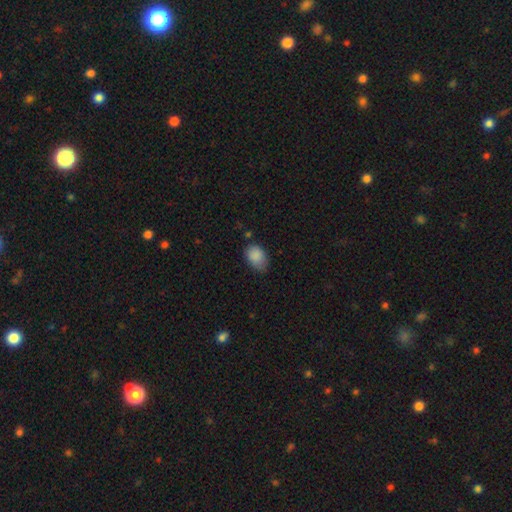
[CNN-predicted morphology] Smooth or featured? smooth (87%)
How rounded? in between (78%)
Merging? none (60%)